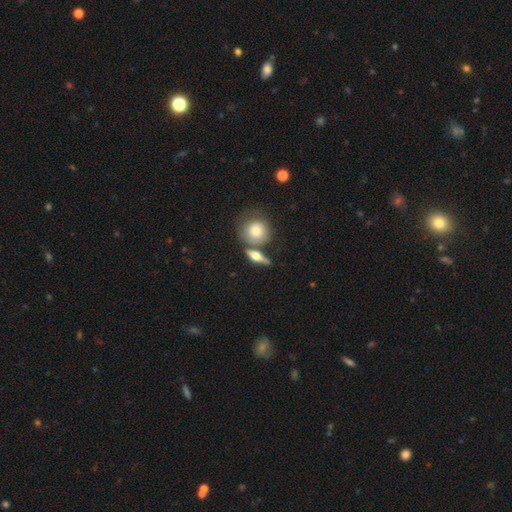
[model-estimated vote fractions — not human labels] Q: Smooth or featured?
A: featured or disk (48%); runner-up: smooth (44%)
Q: Merging?
A: none (62%); runner-up: merger (21%)